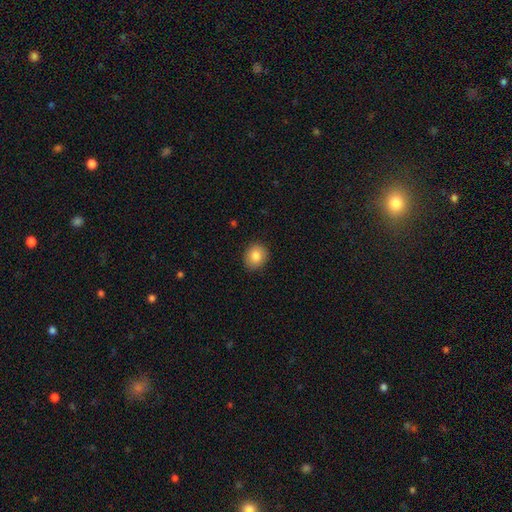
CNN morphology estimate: Q: Smooth or featured?
A: smooth (84%); runner-up: star or artifact (9%)
Q: How rounded?
A: round (73%); runner-up: in between (26%)
Q: Merging?
A: none (89%); runner-up: minor disturbance (8%)